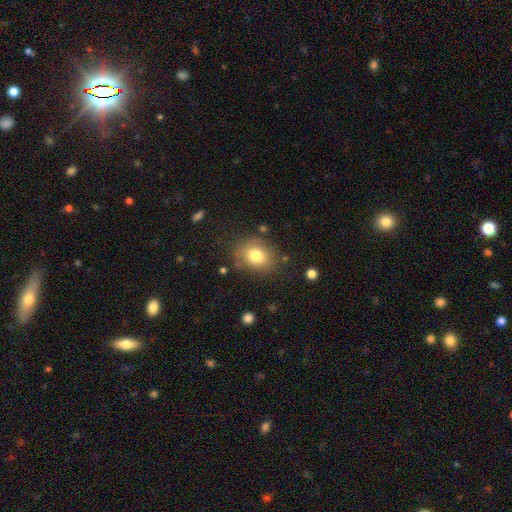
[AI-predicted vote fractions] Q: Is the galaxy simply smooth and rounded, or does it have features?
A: smooth — 79%.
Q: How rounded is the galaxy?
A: in between — 55%.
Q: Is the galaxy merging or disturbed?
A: none — 78%.